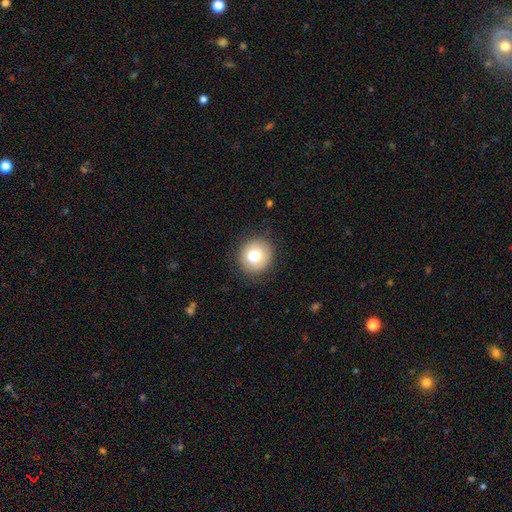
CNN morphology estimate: This appears to be a smooth galaxy with no disk features (75%) that is round (90%). Merging: none (88%).